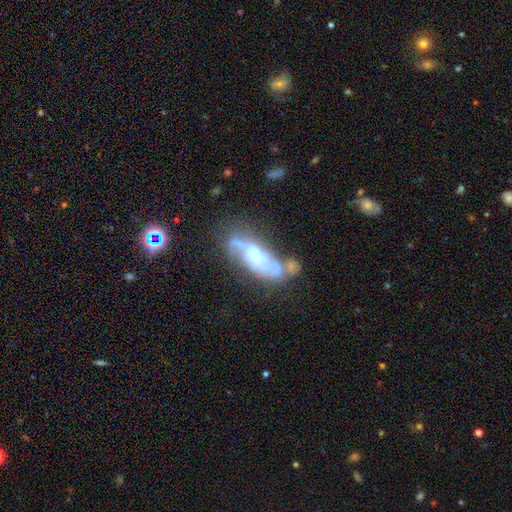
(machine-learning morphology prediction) Smooth or featured? featured or disk (70%)
Edge-on disk? no (83%)
Bar? no (54%)
Spiral arms? yes (74%)
Bulge size? moderate (43%)
Merging? none (35%)